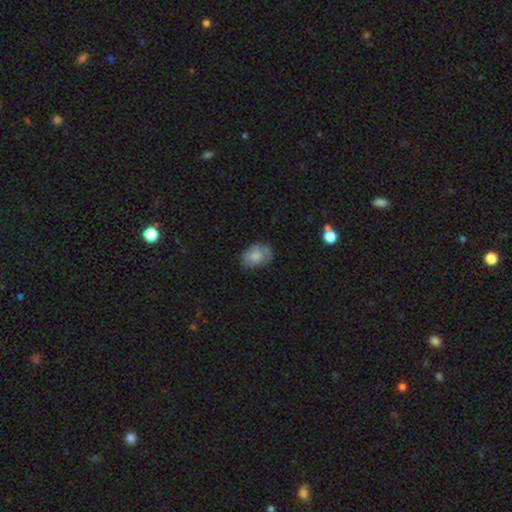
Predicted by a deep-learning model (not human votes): Overall: smooth (75%). How rounded: in between (80%). Merging: none (60%; minor disturbance 29%).